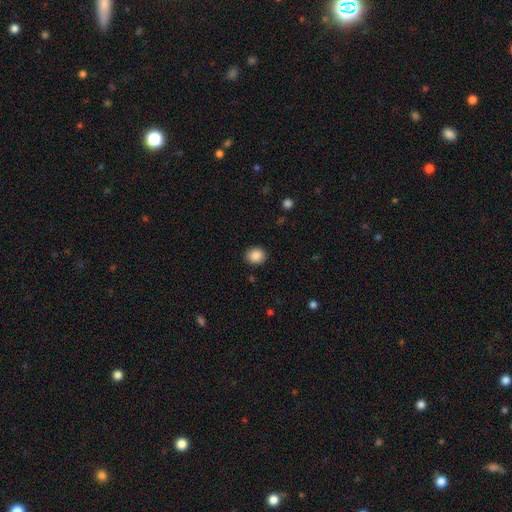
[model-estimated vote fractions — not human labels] Smooth or featured?
  - smooth: 87% *
  - star or artifact: 9%
  - featured or disk: 4%
How rounded?
  - round: 73% *
  - in between: 27%
  - cigar-shaped: 1%
Merging?
  - none: 91% *
  - minor disturbance: 6%
  - major disturbance: 2%
  - merger: 1%